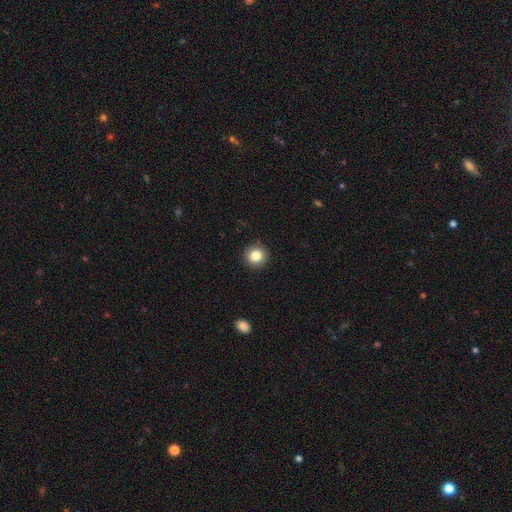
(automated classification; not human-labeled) Smooth or featured?
  - smooth: 84% *
  - star or artifact: 10%
  - featured or disk: 6%
How rounded?
  - round: 93% *
  - in between: 6%
  - cigar-shaped: 1%
Merging?
  - none: 91% *
  - minor disturbance: 6%
  - major disturbance: 2%
  - merger: 1%